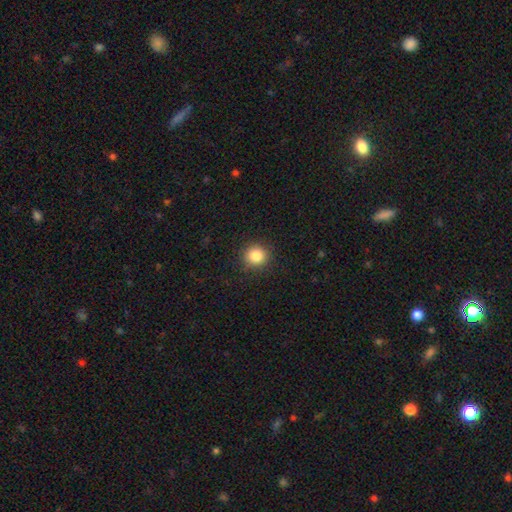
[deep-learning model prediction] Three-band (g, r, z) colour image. It shows a smooth galaxy with no disk features (84%) that is round (92%). Merging: none (91%).